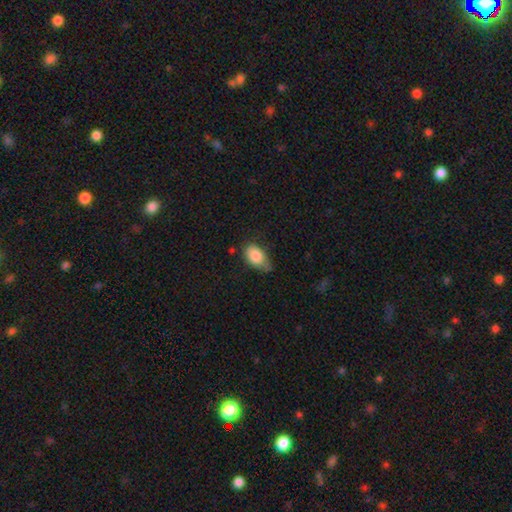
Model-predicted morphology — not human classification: type=smooth (83%); roundness=in between (88%); merging=none (44%).